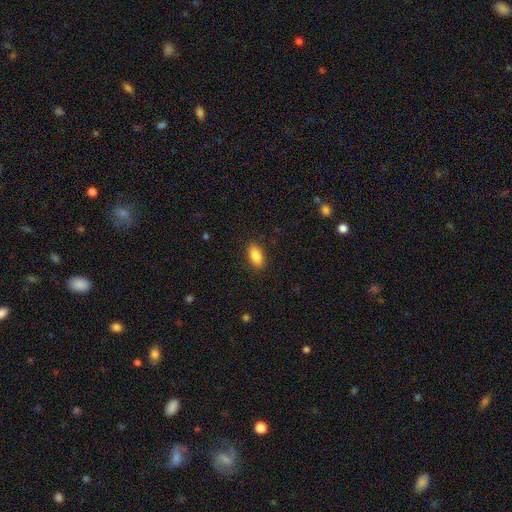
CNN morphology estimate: A smooth galaxy with no disk features (86%) that is in between round and cigar-shaped (89%). Merging: none (88%).